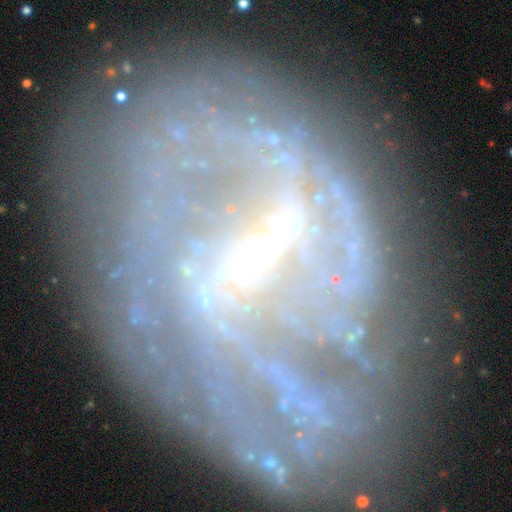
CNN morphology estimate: Smooth or featured: featured or disk — 81% (smooth — 10%)
Edge-on disk: no — 95% (yes — 5%)
Bar: strong — 50% (weak — 33%)
Spiral arms: yes — 74% (no — 26%)
Spiral winding: tight — 42% (medium — 32%)
Spiral arm count: can't tell — 41% (2 — 29%)
Bulge size: small — 37% (none — 31%)
Merging: none — 60% (minor disturbance — 21%)